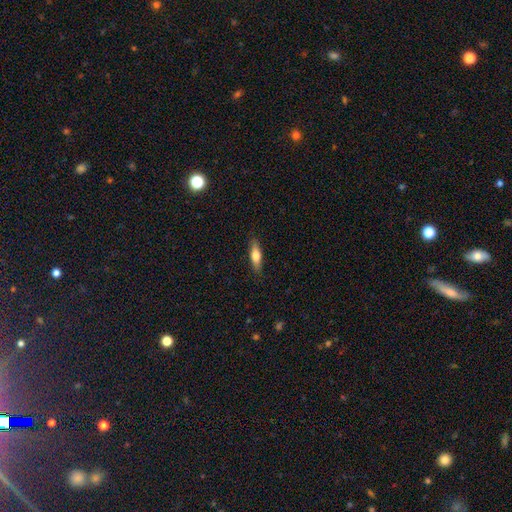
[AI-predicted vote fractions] This appears to be a smooth galaxy with no disk features (68%) that is cigar-shaped (53%). Merging: none (87%).